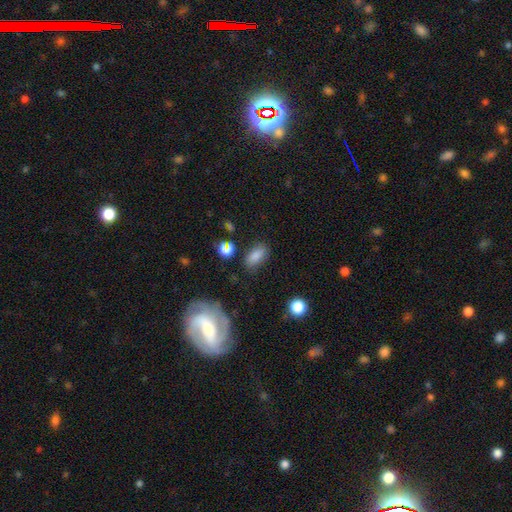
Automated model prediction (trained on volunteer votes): Smooth or featured?
  - smooth: 81% *
  - star or artifact: 11%
  - featured or disk: 8%
How rounded?
  - in between: 88% *
  - round: 6%
  - cigar-shaped: 6%
Merging?
  - none: 77% *
  - minor disturbance: 15%
  - major disturbance: 5%
  - merger: 3%